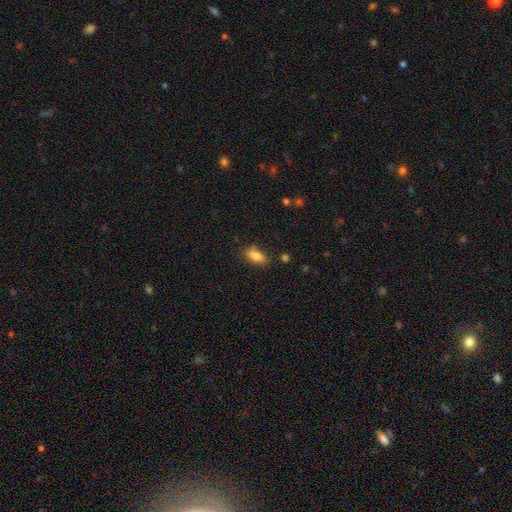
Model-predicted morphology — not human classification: smooth 84%, star or artifact 8%, featured or disk 8%. Down the decision tree: how rounded — in between (85%); merging — none (76%).